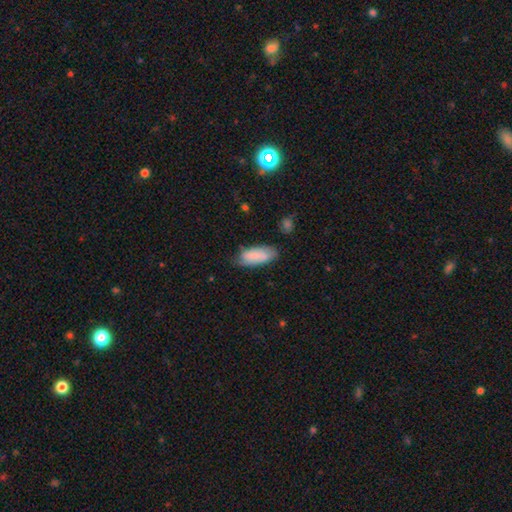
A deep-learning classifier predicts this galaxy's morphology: Smooth or featured?
  - smooth: 82% *
  - featured or disk: 12%
  - star or artifact: 6%
How rounded?
  - in between: 82% *
  - cigar-shaped: 17%
  - round: 2%
Merging?
  - none: 67% *
  - minor disturbance: 25%
  - major disturbance: 6%
  - merger: 2%